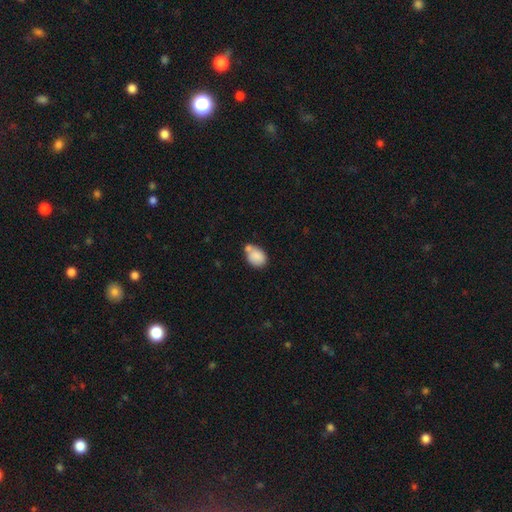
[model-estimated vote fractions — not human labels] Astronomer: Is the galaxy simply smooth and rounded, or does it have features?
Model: smooth — 84%.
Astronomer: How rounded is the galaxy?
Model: in between — 65%.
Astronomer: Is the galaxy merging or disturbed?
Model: none — 40% (runner-up: merger, 36%).